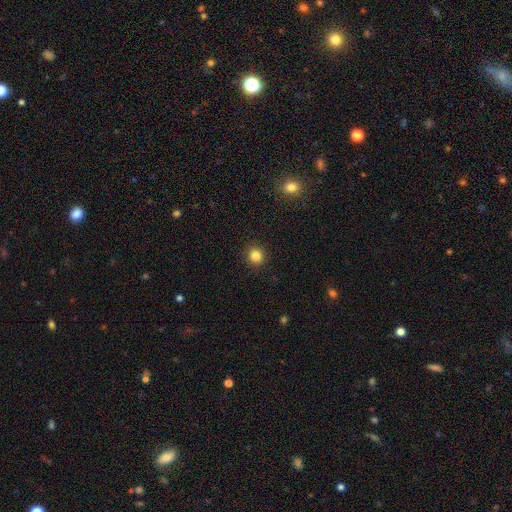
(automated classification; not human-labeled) This is clearly a smooth galaxy (84%). How rounded: clearly round (91%). Merging: clearly none (92%).